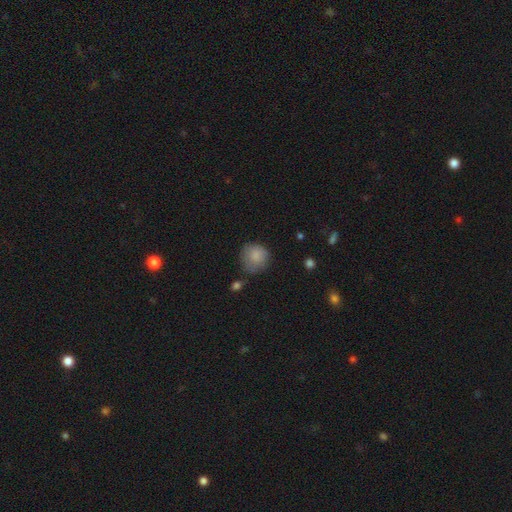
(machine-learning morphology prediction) Q: Smooth or featured?
A: smooth (85%); runner-up: star or artifact (8%)
Q: How rounded?
A: round (89%); runner-up: in between (10%)
Q: Merging?
A: none (63%); runner-up: minor disturbance (27%)